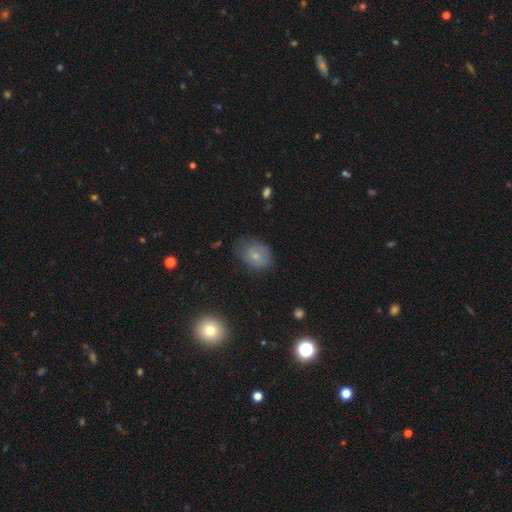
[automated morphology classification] smooth 70%, featured or disk 19%, star or artifact 11%. Down the decision tree: how rounded — in between (68%); merging — none (60%).